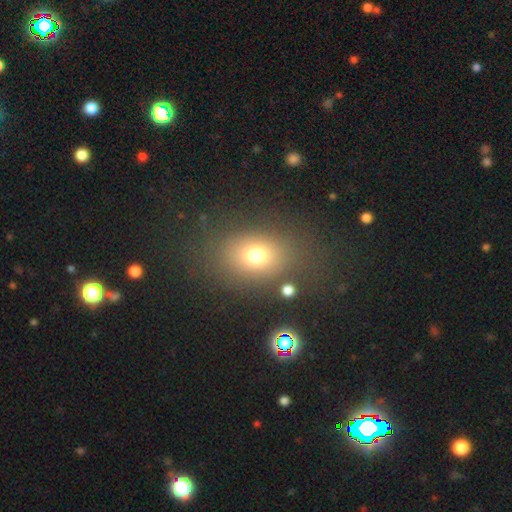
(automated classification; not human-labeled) Morphology: type=smooth (72%); roundness=in between (59%); merging=none (75%).